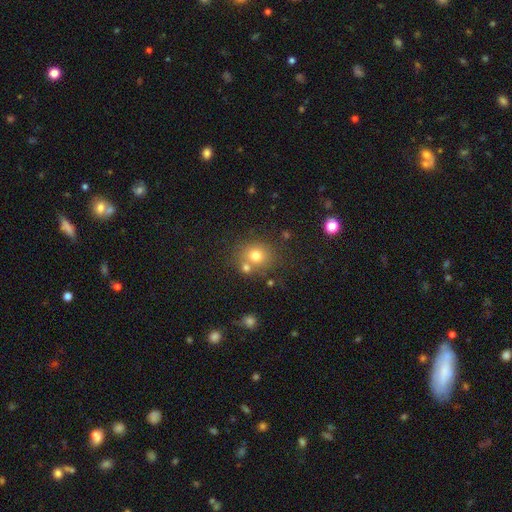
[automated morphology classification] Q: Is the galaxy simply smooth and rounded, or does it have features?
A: smooth — 75%.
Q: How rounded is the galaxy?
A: round — 79%.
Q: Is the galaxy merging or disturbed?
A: none — 65%.